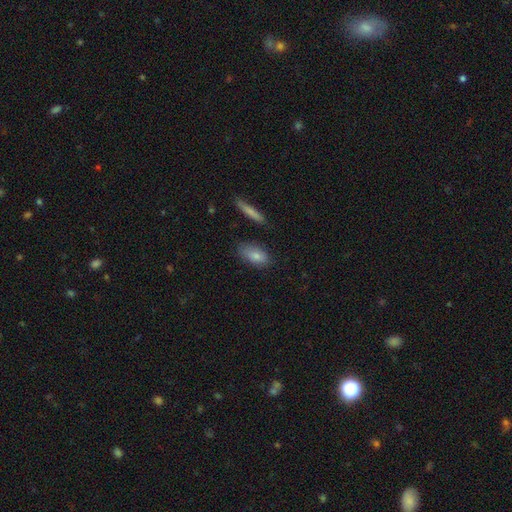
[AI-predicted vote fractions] smooth_or_featured: smooth (p=0.81) [alt: featured or disk p=0.12]
how_rounded: in between (p=0.87) [alt: cigar-shaped p=0.08]
merging: none (p=0.77) [alt: minor disturbance p=0.16]